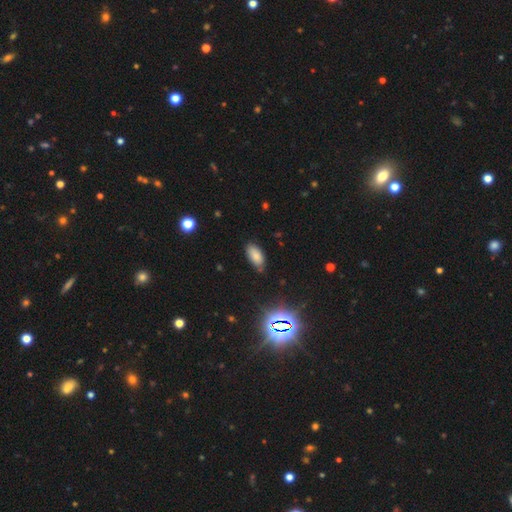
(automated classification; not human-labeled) The model was most divided on "merging": none: 77%, minor disturbance: 18%, major disturbance: 3%, merger: 2%. More confident: how rounded — in between (92%); smooth or featured — smooth (78%).